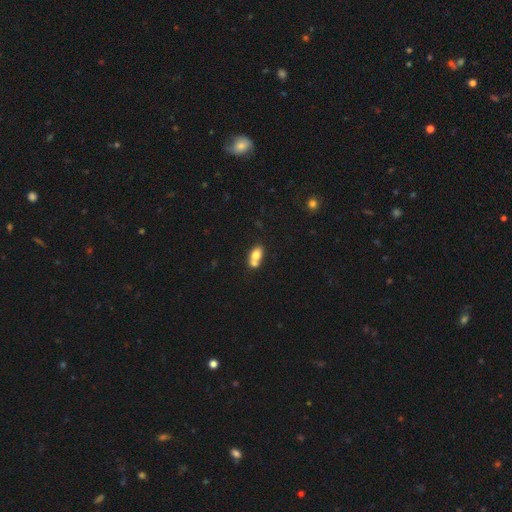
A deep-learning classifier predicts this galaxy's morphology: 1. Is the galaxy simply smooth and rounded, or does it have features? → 74% smooth, 17% featured or disk, 9% star or artifact.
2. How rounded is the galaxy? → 76% in between, 21% round, 3% cigar-shaped.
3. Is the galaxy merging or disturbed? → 55% merger, 32% none, 10% minor disturbance, 4% major disturbance.